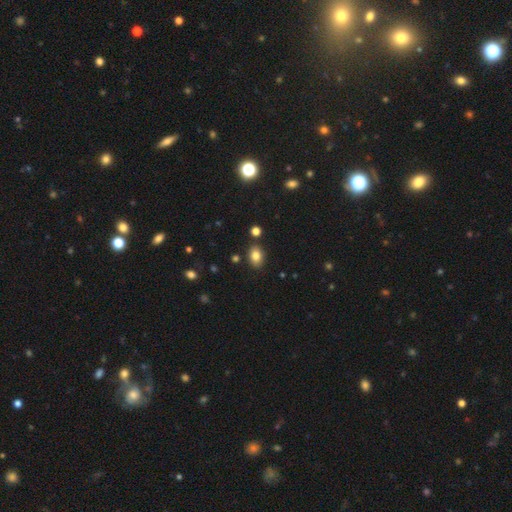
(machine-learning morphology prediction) A smooth galaxy with no disk features (82%) that is in between round and cigar-shaped (77%).

Vote fractions:
- Smooth or featured? smooth: 82% / star or artifact: 10% / featured or disk: 7%
- How rounded? in between: 77% / round: 22% / cigar-shaped: 1%
- Merging? none: 84% / minor disturbance: 10% / merger: 4% / major disturbance: 2%